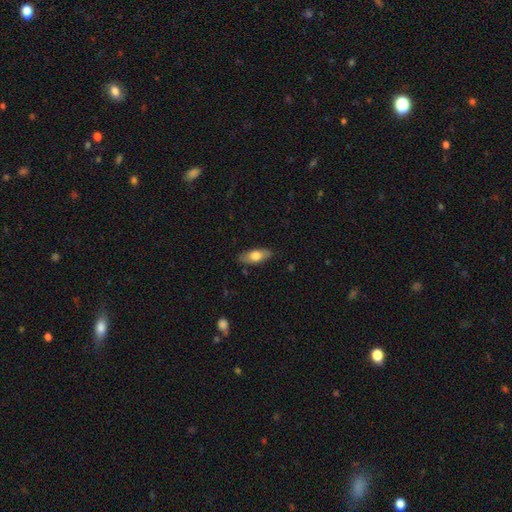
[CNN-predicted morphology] A smooth galaxy with no disk features (69%) that is in between round and cigar-shaped (81%).

Vote fractions:
- Smooth or featured? smooth: 69% / featured or disk: 25% / star or artifact: 6%
- How rounded? in between: 81% / cigar-shaped: 16% / round: 3%
- Merging? none: 85% / minor disturbance: 12% / major disturbance: 2% / merger: 1%